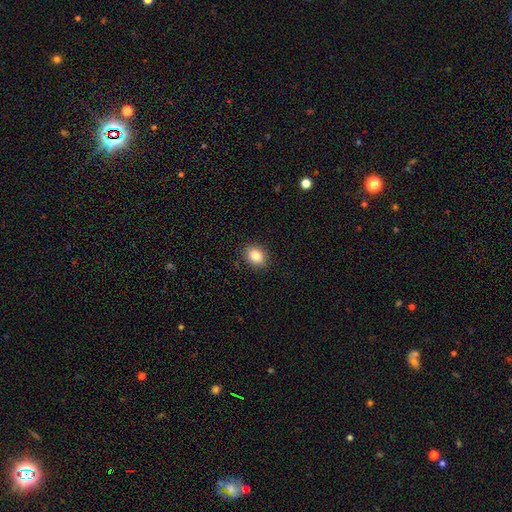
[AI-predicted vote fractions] Smooth or featured?
  - smooth: 84% *
  - star or artifact: 9%
  - featured or disk: 7%
How rounded?
  - in between: 67% *
  - round: 32%
  - cigar-shaped: 1%
Merging?
  - none: 89% *
  - minor disturbance: 8%
  - major disturbance: 2%
  - merger: 1%